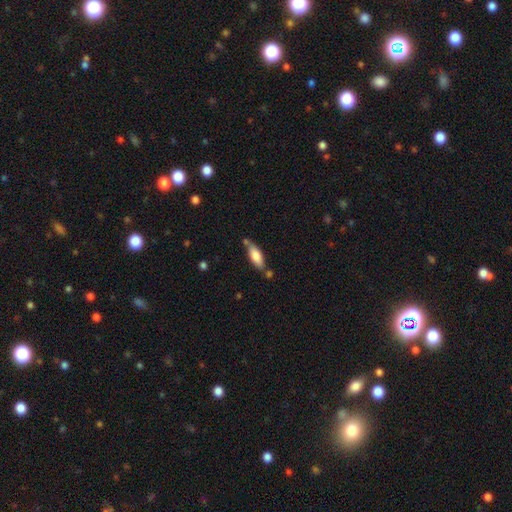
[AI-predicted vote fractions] This appears to be a smooth galaxy with no disk features (74%) that is in between round and cigar-shaped (64%). Merging: none (61%).